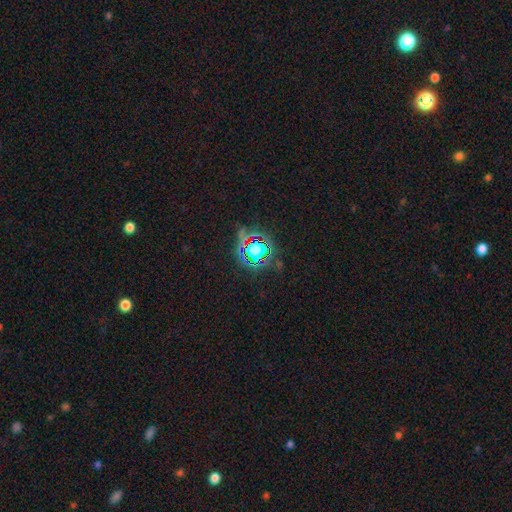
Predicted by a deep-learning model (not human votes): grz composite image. It shows a star or artifact, not a galaxy (68%).